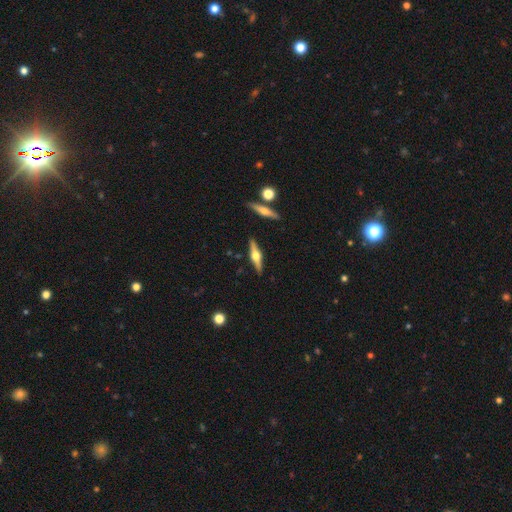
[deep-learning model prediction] The model was most divided on "smooth or featured": featured or disk: 77%, smooth: 18%, star or artifact: 5%. More confident: edge-on disk — yes (98%); edge-on bulge — rounded (95%); merging — none (88%).